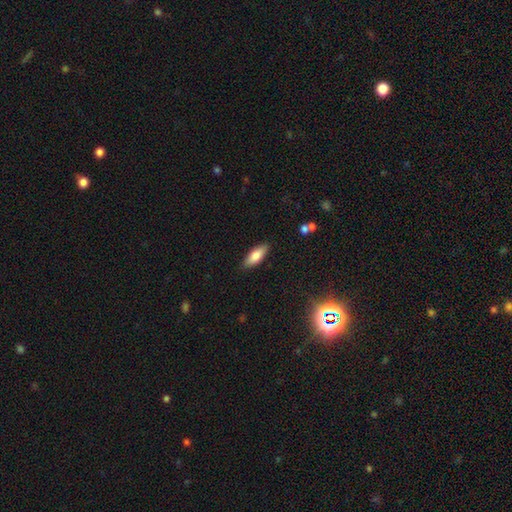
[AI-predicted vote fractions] Overall: smooth (77%). How rounded: in between (67%; cigar-shaped 31%). Merging: none (88%).